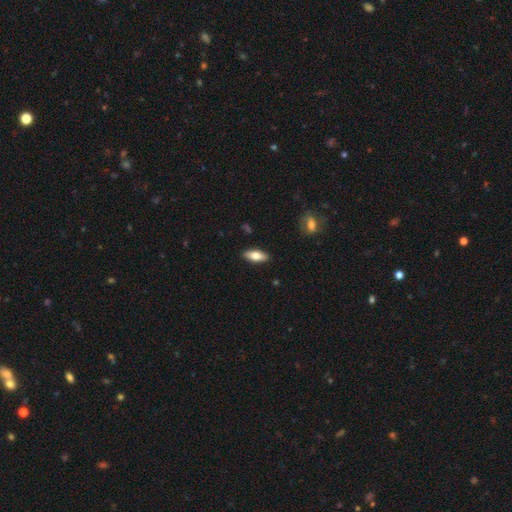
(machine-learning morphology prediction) Smooth or featured? smooth (70%)
How rounded? in between (77%)
Merging? none (89%)